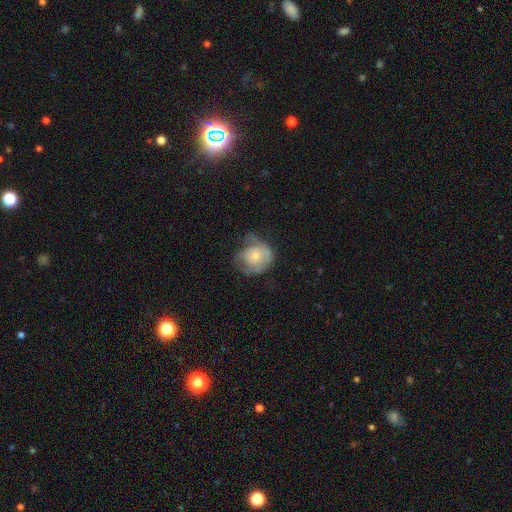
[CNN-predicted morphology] Smooth or featured?
  - smooth: 50% *
  - featured or disk: 43%
  - star or artifact: 7%
How rounded?
  - round: 71% *
  - in between: 28%
  - cigar-shaped: 1%
Merging?
  - none: 36% *
  - minor disturbance: 35%
  - major disturbance: 26%
  - merger: 3%